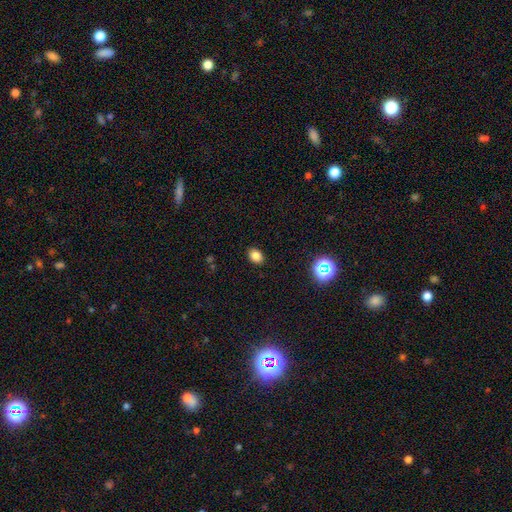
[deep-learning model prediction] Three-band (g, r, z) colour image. It shows a smooth galaxy with no disk features (83%) that is in between round and cigar-shaped (71%). Merging: none (89%).